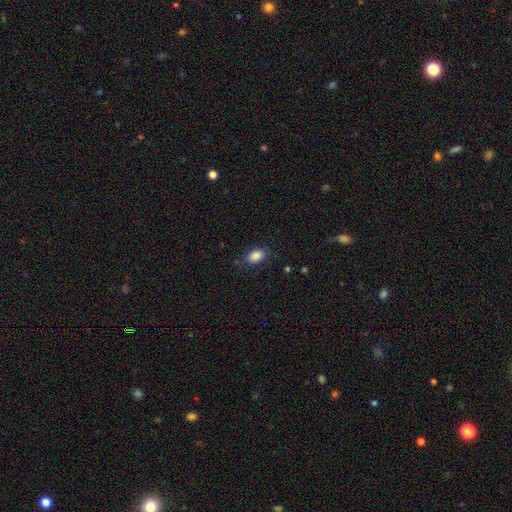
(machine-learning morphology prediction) The model was most divided on "merging": none: 81%, minor disturbance: 14%, major disturbance: 4%, merger: 1%. More confident: smooth or featured — smooth (87%); how rounded — in between (87%).